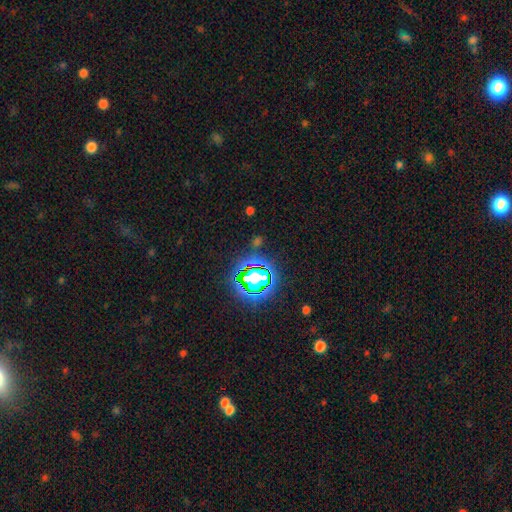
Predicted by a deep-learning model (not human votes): Overall: star or artifact (79%).